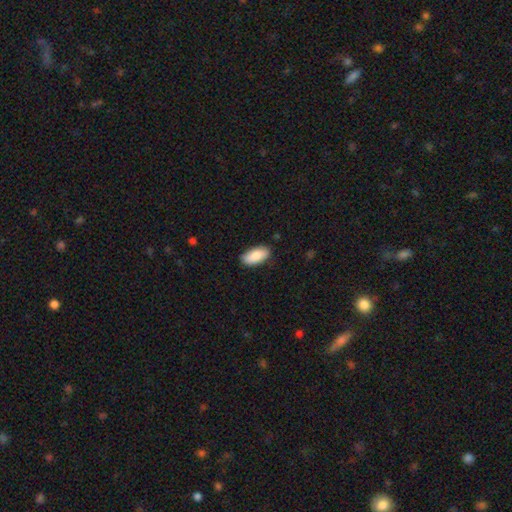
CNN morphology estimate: type=smooth (87%); roundness=in between (90%); merging=none (85%).